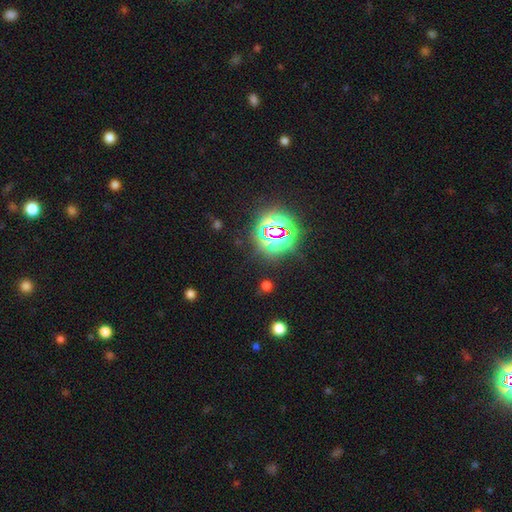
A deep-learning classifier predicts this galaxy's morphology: smooth_or_featured: star or artifact (p=0.83) [alt: smooth p=0.11]